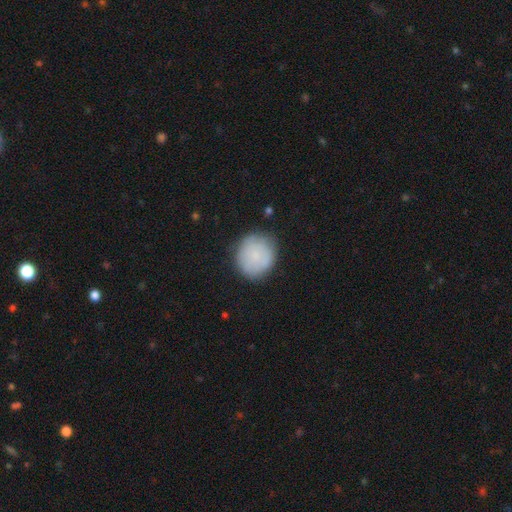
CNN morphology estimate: smooth_or_featured: smooth (p=0.77) [alt: featured or disk p=0.16]
how_rounded: round (p=0.84) [alt: in between p=0.15]
merging: none (p=0.78) [alt: minor disturbance p=0.16]